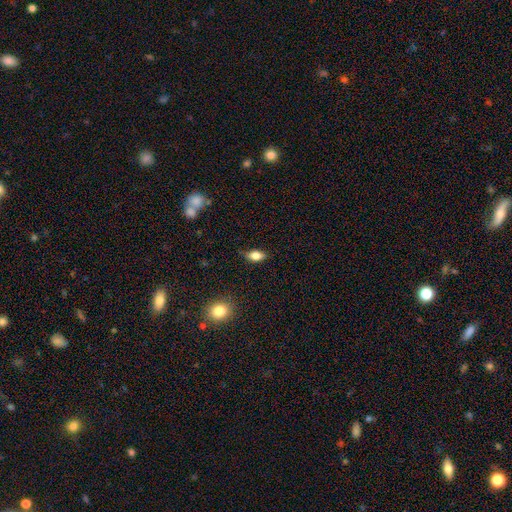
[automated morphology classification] type=smooth (79%); roundness=in between (86%); merging=none (80%).